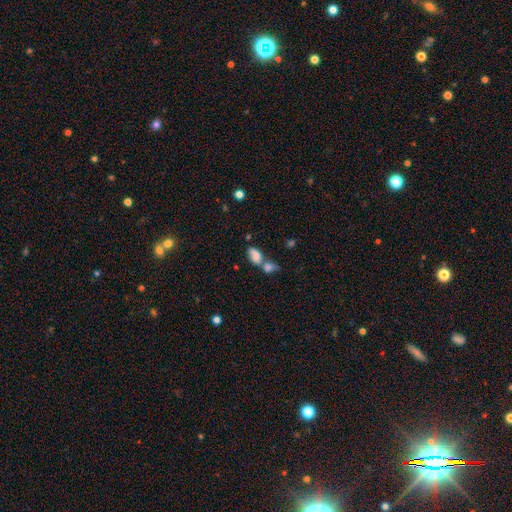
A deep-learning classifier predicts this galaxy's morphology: Smooth or featured? smooth (75%)
How rounded? in between (87%)
Merging? merger (62%)